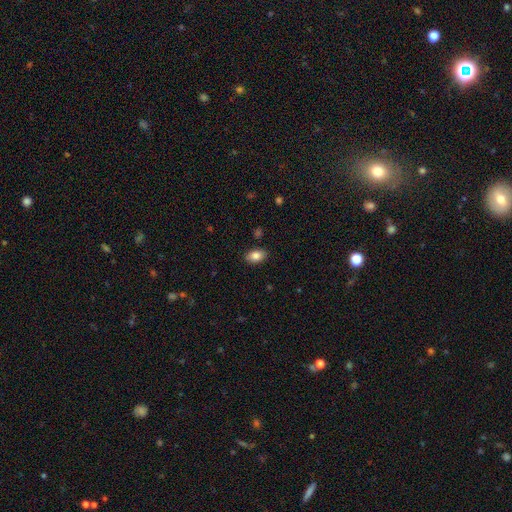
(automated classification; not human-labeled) Q: Smooth or featured?
A: smooth (84%); runner-up: star or artifact (8%)
Q: How rounded?
A: in between (89%); runner-up: round (9%)
Q: Merging?
A: none (87%); runner-up: minor disturbance (9%)